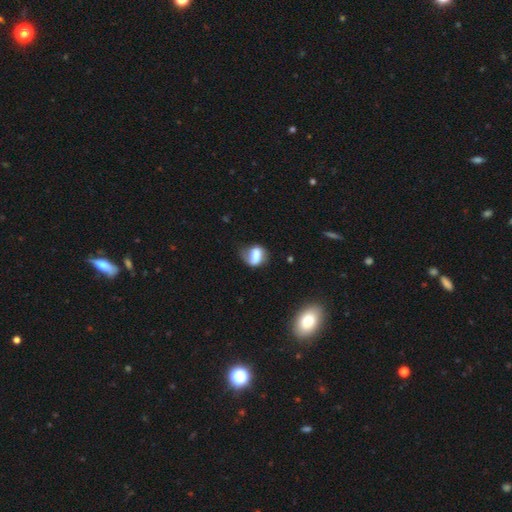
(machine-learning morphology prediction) Smooth or featured: smooth — 47% (featured or disk — 44%)
Merging: none — 53% (minor disturbance — 29%)